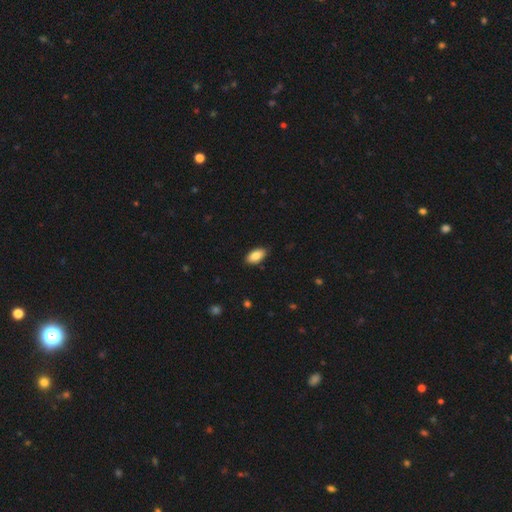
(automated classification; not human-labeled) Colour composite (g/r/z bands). It shows a smooth galaxy with no disk features (85%) that is in between round and cigar-shaped (92%). Merging: none (86%).